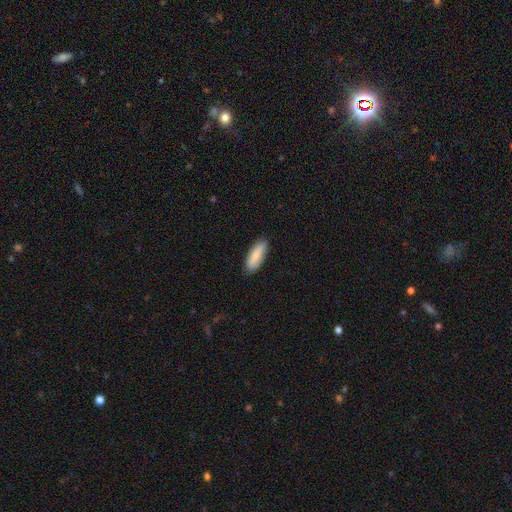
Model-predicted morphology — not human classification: The model was most divided on "how rounded": in between: 63%, cigar-shaped: 35%, round: 2%. More confident: merging — none (86%); smooth or featured — smooth (83%).